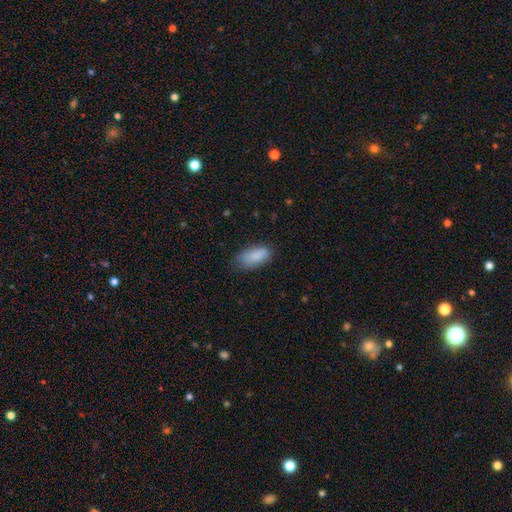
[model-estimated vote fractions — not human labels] This appears to be a smooth galaxy with no disk features (87%) that is in between round and cigar-shaped (89%). Merging: none (73%).